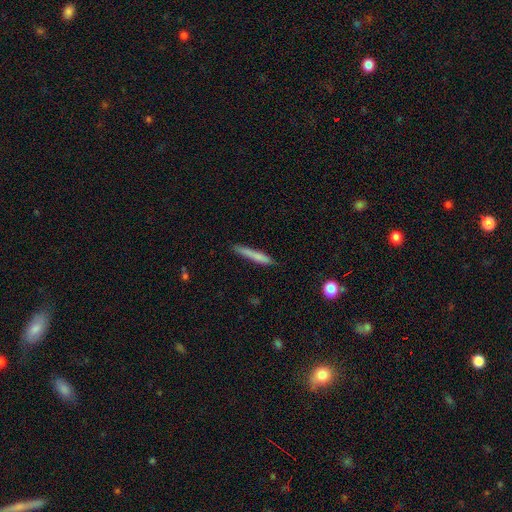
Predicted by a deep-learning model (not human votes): smooth 71%, featured or disk 22%, star or artifact 7%. Down the decision tree: how rounded — cigar-shaped (95%); merging — none (81%).